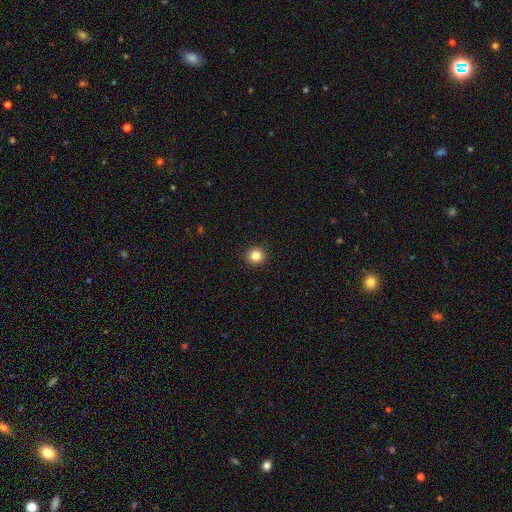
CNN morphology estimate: Smooth or featured? smooth (84%)
How rounded? round (93%)
Merging? none (93%)